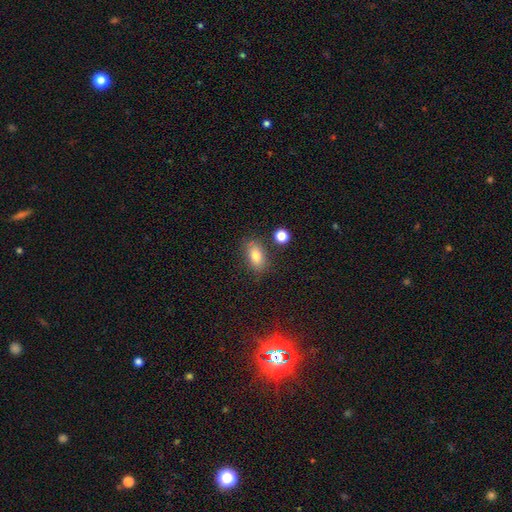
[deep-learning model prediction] Overall: smooth (81%). How rounded: in between (85%). Merging: none (78%).